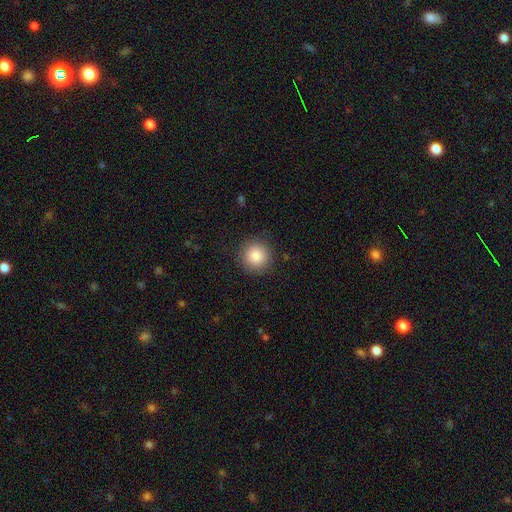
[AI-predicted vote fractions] Smooth or featured?
  - smooth: 86% *
  - star or artifact: 9%
  - featured or disk: 5%
How rounded?
  - round: 95% *
  - in between: 4%
  - cigar-shaped: 1%
Merging?
  - none: 89% *
  - minor disturbance: 7%
  - major disturbance: 3%
  - merger: 1%